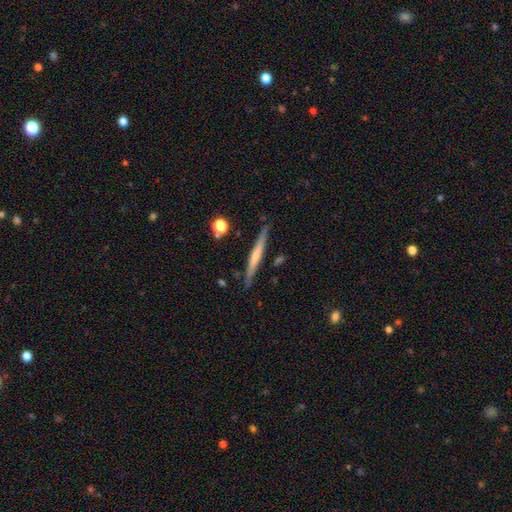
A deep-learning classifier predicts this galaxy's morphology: Smooth or featured: featured or disk — 49% (smooth — 45%)
Merging: none — 86% (minor disturbance — 10%)